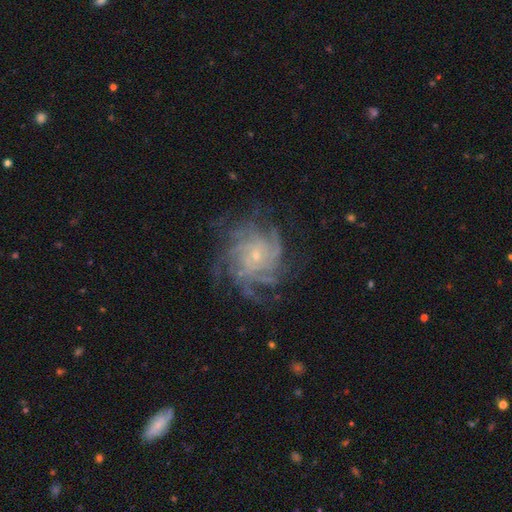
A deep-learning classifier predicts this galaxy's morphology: smooth_or_featured: featured or disk (p=0.87) [alt: star or artifact p=0.07]
disk_edge_on: no (p=0.98) [alt: yes p=0.02]
bar: no (p=0.74) [alt: weak p=0.22]
has_spiral_arms: yes (p=0.97) [alt: no p=0.03]
spiral_winding: tight (p=0.62) [alt: medium p=0.30]
spiral_arm_count: more than 4 (p=0.33) [alt: 4 p=0.24]
bulge_size: small (p=0.81) [alt: moderate p=0.14]
merging: none (p=0.74) [alt: minor disturbance p=0.16]